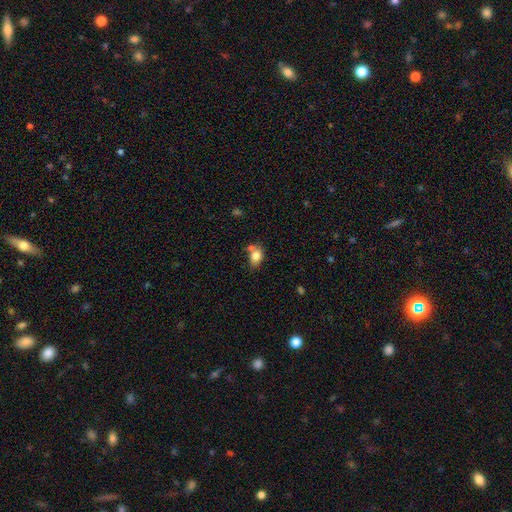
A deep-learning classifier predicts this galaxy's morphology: A smooth galaxy with no disk features (80%) that is in between round and cigar-shaped (73%). Merging: none (54%).